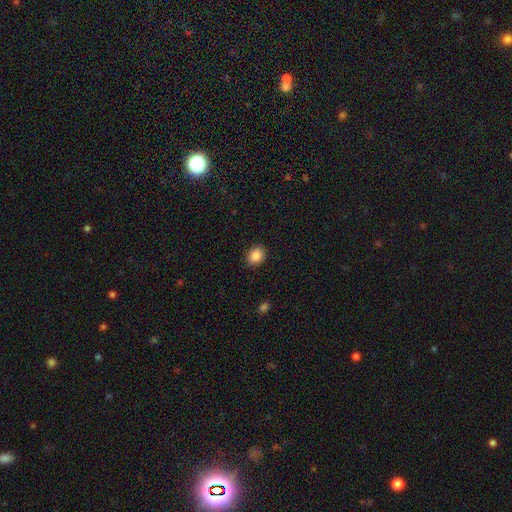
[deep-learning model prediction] Overall: smooth (88%). How rounded: round (55%; in between 44%). Merging: none (89%).